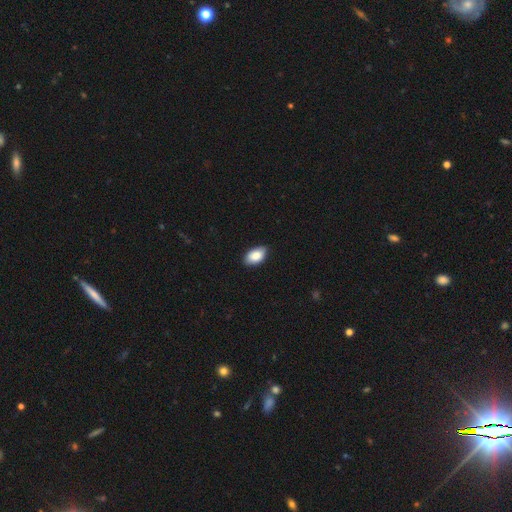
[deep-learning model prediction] smooth_or_featured: smooth (p=0.87) [alt: featured or disk p=0.07]
how_rounded: in between (p=0.94) [alt: round p=0.05]
merging: none (p=0.87) [alt: minor disturbance p=0.11]